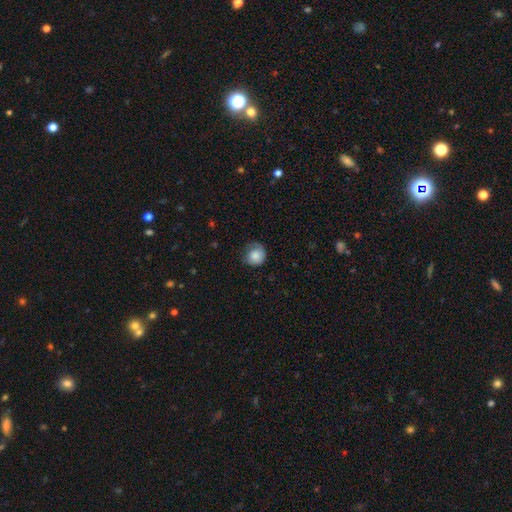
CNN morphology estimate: smooth_or_featured: smooth (p=0.79) [alt: featured or disk p=0.14]
how_rounded: round (p=0.84) [alt: in between p=0.15]
merging: none (p=0.54) [alt: minor disturbance p=0.31]